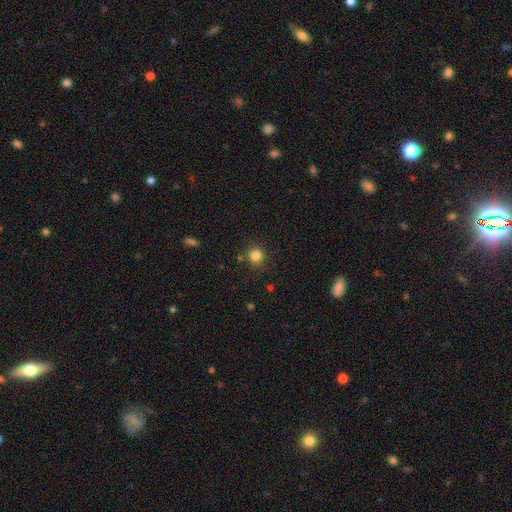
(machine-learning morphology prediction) A smooth galaxy with no disk features (83%) that is round (92%).

Vote fractions:
- Smooth or featured? smooth: 83% / star or artifact: 12% / featured or disk: 5%
- How rounded? round: 92% / in between: 7% / cigar-shaped: 1%
- Merging? none: 85% / minor disturbance: 8% / merger: 4% / major disturbance: 3%